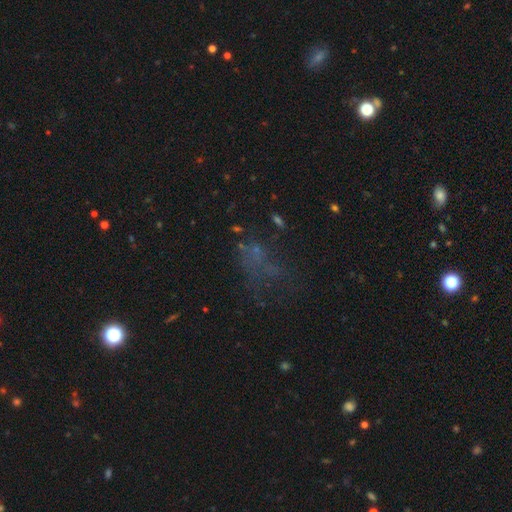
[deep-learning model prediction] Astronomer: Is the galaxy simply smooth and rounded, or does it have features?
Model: smooth — 36% (runner-up: star or artifact, 34%).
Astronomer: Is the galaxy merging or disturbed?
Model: none — 39% (runner-up: major disturbance, 38%).